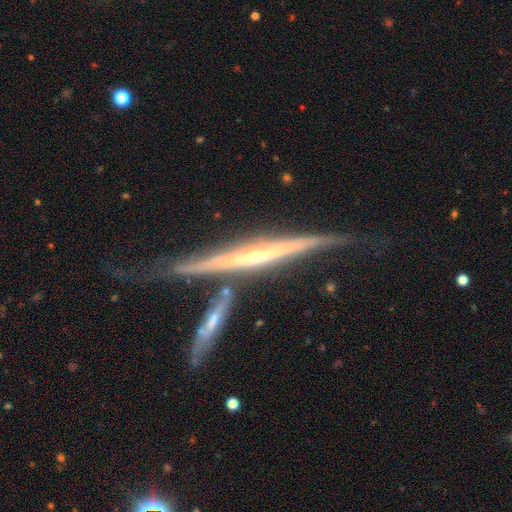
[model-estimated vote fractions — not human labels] A featured or disk galaxy (85%) viewed edge-on (95%) with a rounded central bulge (55%).

Vote fractions:
- Smooth or featured? featured or disk: 85% / smooth: 9% / star or artifact: 6%
- Edge-on disk? yes: 95% / no: 5%
- Edge-on bulge? rounded: 55% / none: 39% / boxy: 6%
- Merging? none: 62% / minor disturbance: 19% / merger: 14% / major disturbance: 5%